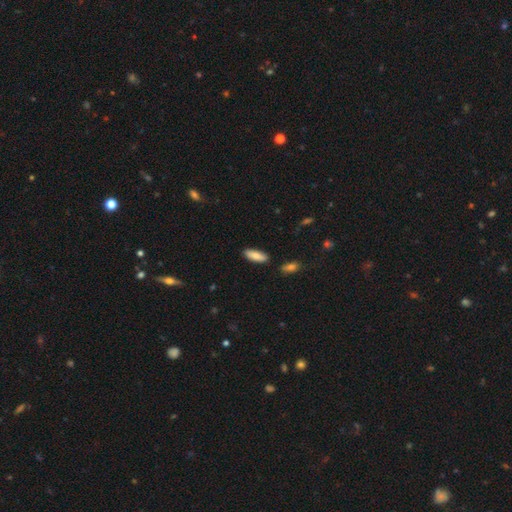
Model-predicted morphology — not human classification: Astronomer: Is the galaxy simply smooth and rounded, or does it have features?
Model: smooth — 82%.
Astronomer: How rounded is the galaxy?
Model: in between — 61% (runner-up: cigar-shaped, 38%).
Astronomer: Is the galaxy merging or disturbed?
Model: none — 86%.